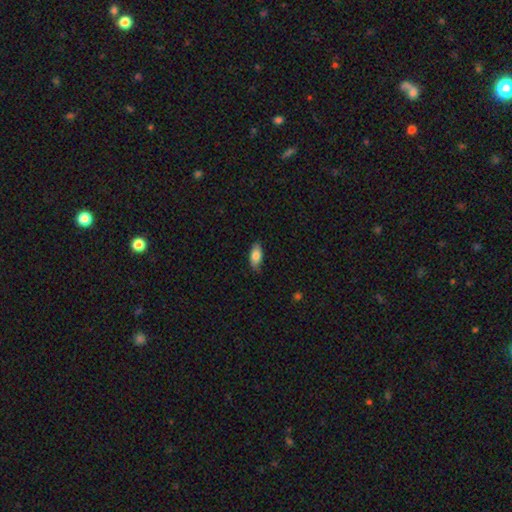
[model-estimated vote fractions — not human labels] A smooth galaxy with no disk features (79%) that is in between round and cigar-shaped (86%).

Vote fractions:
- Smooth or featured? smooth: 79% / featured or disk: 14% / star or artifact: 6%
- How rounded? in between: 86% / cigar-shaped: 11% / round: 3%
- Merging? none: 75% / minor disturbance: 21% / major disturbance: 3% / merger: 1%